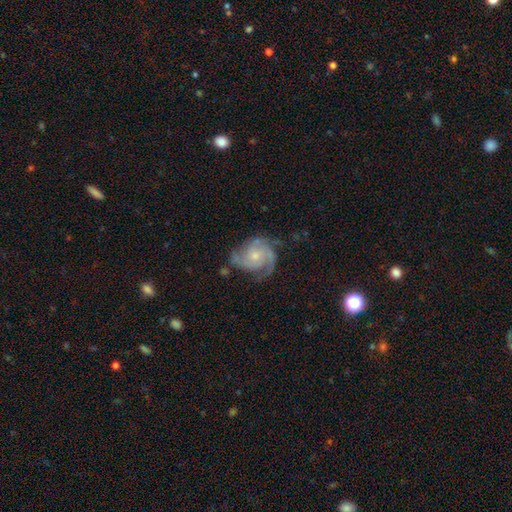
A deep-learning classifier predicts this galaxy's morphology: Smooth or featured?
  - featured or disk: 86% *
  - smooth: 9%
  - star or artifact: 5%
Edge-on disk?
  - no: 98% *
  - yes: 2%
Bar?
  - no: 75% *
  - weak: 21%
  - strong: 4%
Spiral arms?
  - yes: 97% *
  - no: 3%
Spiral winding?
  - tight: 46% *
  - medium: 43%
  - loose: 12%
Spiral arm count?
  - 3: 41% *
  - 2: 31%
  - can't tell: 12%
  - 4: 6%
  - 1: 6%
  - more than 4: 4%
Bulge size?
  - small: 58% *
  - moderate: 36%
  - none: 3%
  - large: 2%
  - dominant: 1%
Merging?
  - none: 64% *
  - minor disturbance: 22%
  - major disturbance: 12%
  - merger: 2%